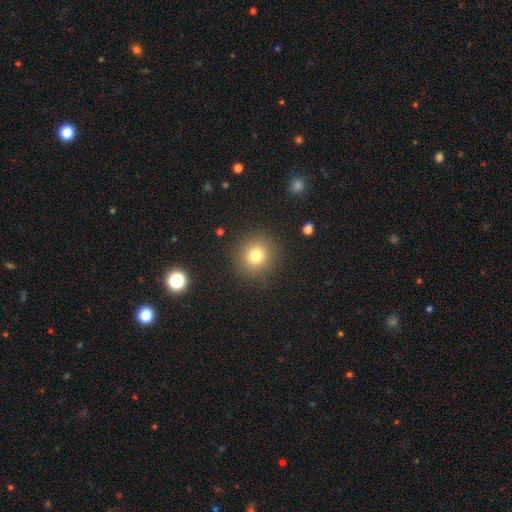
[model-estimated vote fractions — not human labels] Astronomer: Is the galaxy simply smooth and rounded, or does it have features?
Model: smooth — 77%.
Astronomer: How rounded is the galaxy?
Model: round — 91%.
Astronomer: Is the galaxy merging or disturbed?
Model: none — 89%.